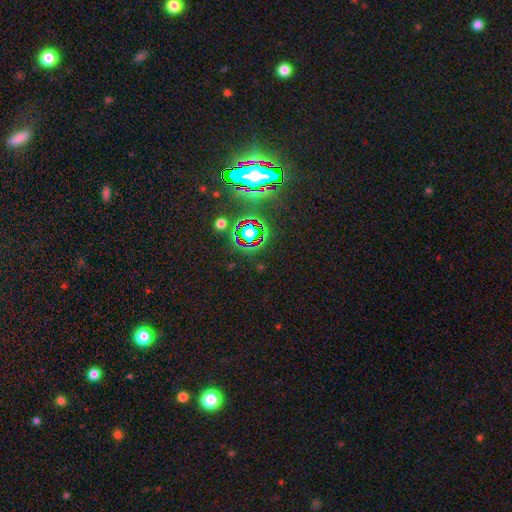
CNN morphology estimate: Overall: star or artifact (82%).